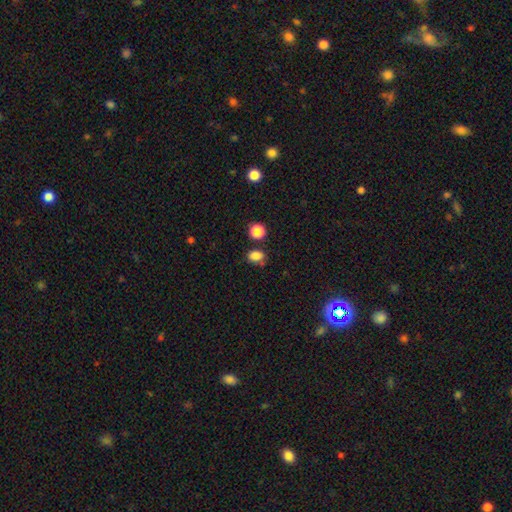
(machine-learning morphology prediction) Smooth or featured?
  - smooth: 82% *
  - star or artifact: 13%
  - featured or disk: 5%
How rounded?
  - in between: 64% *
  - round: 35%
  - cigar-shaped: 1%
Merging?
  - none: 67% *
  - minor disturbance: 18%
  - merger: 9%
  - major disturbance: 5%